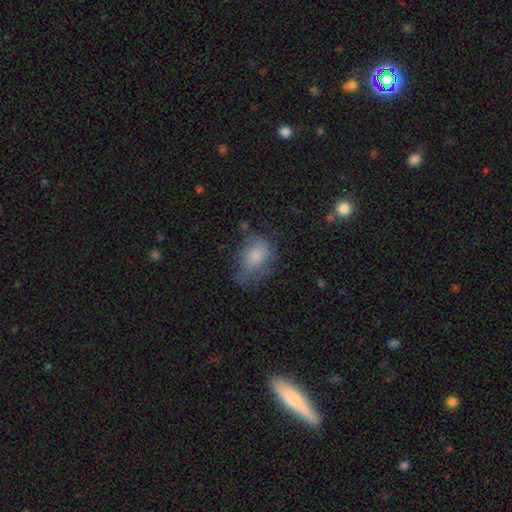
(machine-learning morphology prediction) type=smooth (64%); roundness=in between (63%); merging=none (34%).